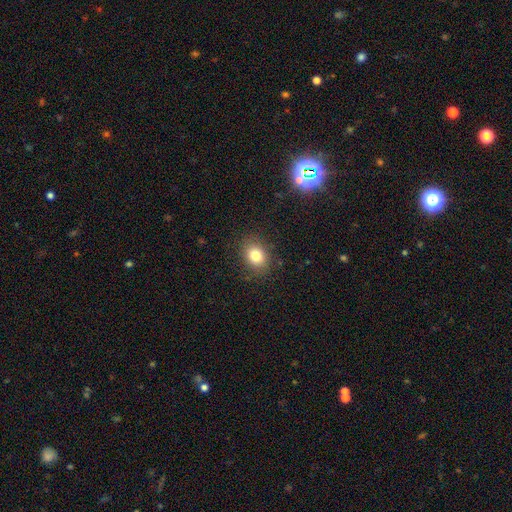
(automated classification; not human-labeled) Overall: smooth (81%). How rounded: round (53%; in between 46%). Merging: none (86%).